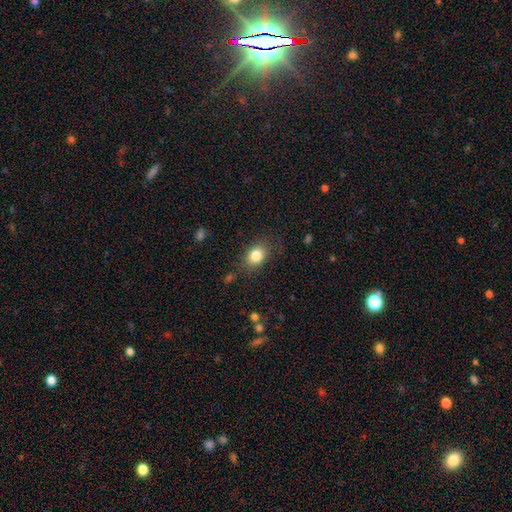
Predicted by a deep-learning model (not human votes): A smooth galaxy with no disk features (83%) that is in between round and cigar-shaped (68%).

Vote fractions:
- Smooth or featured? smooth: 83% / star or artifact: 9% / featured or disk: 8%
- How rounded? in between: 68% / round: 30% / cigar-shaped: 1%
- Merging? none: 78% / minor disturbance: 16% / major disturbance: 5% / merger: 2%